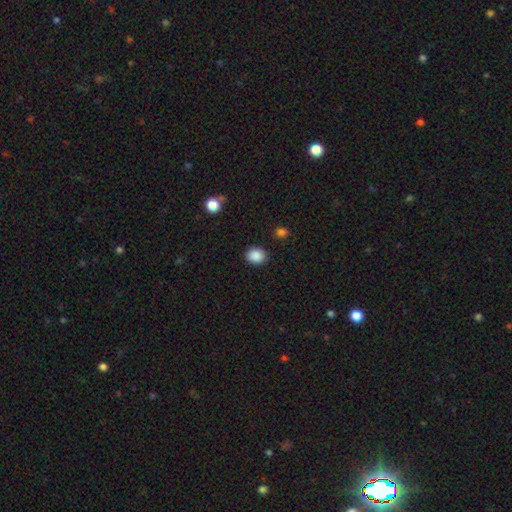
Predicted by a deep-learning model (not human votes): Smooth or featured? smooth (88%)
How rounded? round (54%)
Merging? none (88%)